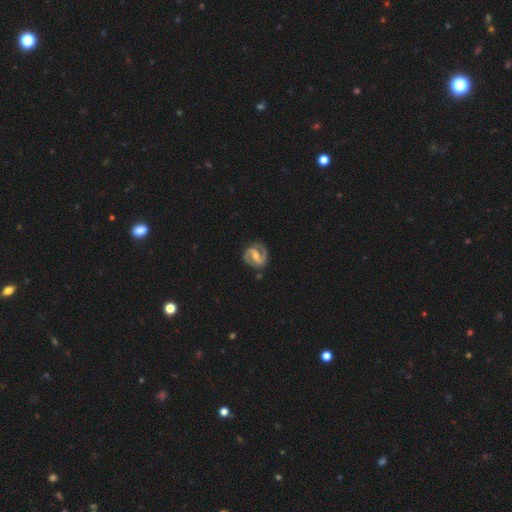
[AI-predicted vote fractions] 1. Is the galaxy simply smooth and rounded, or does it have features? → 91% featured or disk, 5% smooth, 4% star or artifact.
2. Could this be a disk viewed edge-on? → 98% no, 2% yes.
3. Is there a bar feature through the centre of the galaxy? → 46% weak, 38% strong, 16% no.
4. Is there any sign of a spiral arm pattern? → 98% yes, 2% no.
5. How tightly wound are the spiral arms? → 59% medium, 26% tight, 15% loose.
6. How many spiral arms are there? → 94% 2, 2% can't tell, 1% 1, 1% 3, 1% 4, 1% more than 4.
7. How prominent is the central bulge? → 46% moderate, 43% small, 7% none, 3% large, 1% dominant.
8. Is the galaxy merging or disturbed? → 83% none, 12% minor disturbance, 3% major disturbance, 2% merger.